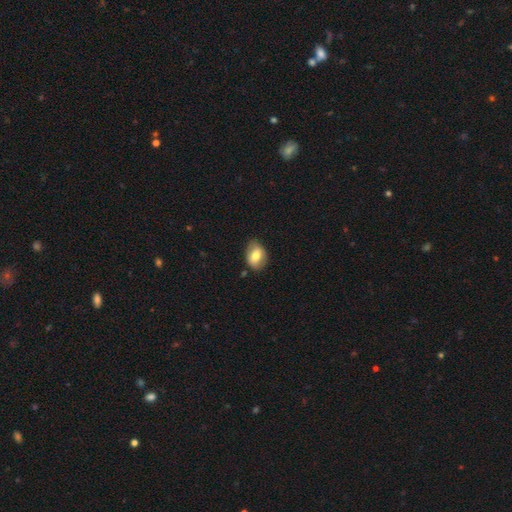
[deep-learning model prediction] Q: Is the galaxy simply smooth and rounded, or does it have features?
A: smooth — 71%.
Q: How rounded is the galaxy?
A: in between — 76%.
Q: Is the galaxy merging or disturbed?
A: none — 77%.